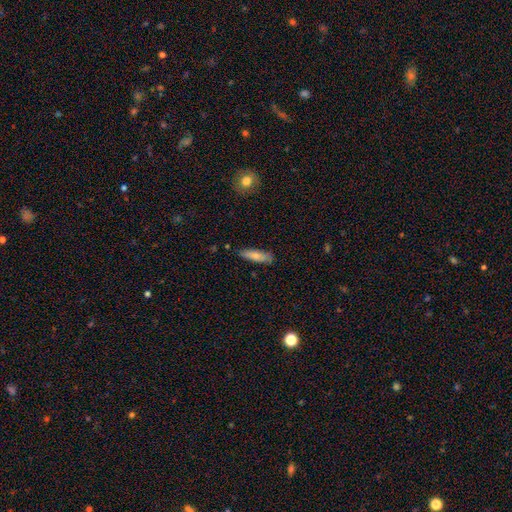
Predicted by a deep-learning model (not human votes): A smooth galaxy with no disk features (75%) that is cigar-shaped (60%). Merging: none (79%).